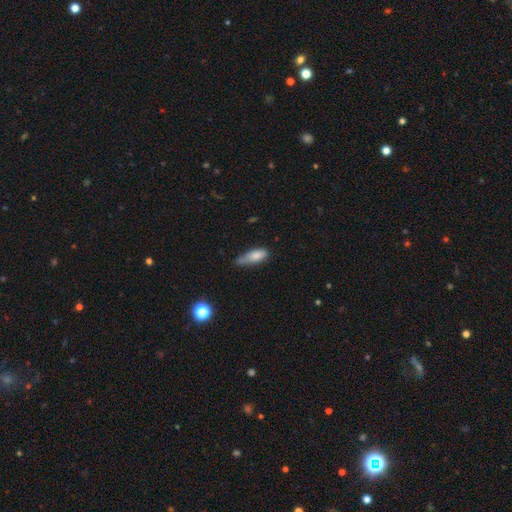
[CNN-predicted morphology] Smooth or featured? Predicted: smooth (p=0.79). How rounded? Predicted: in between (p=0.62). Merging? Predicted: minor disturbance (p=0.42).